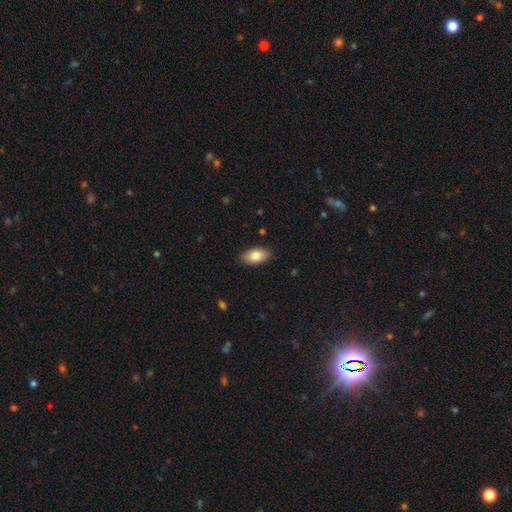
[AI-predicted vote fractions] Smooth or featured? Predicted: smooth (p=0.83). How rounded? Predicted: in between (p=0.93). Merging? Predicted: none (p=0.88).